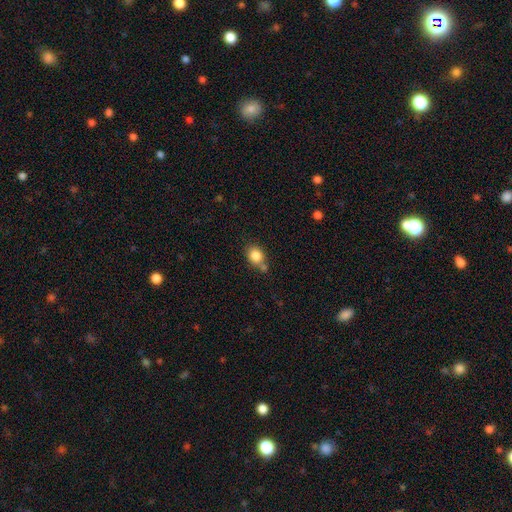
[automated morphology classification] Smooth or featured: smooth — 83% (star or artifact — 9%)
How rounded: round — 50% (in between — 49%)
Merging: none — 58% (merger — 21%)